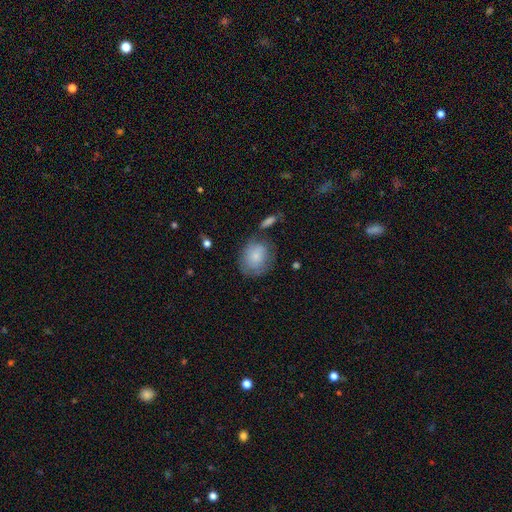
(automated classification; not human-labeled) smooth-or-featured: smooth: 77% | featured or disk: 17% | star or artifact: 7%
  how-rounded: round: 57% | in between: 42% | cigar-shaped: 1%
  merging: none: 59% | minor disturbance: 24% | major disturbance: 10% | merger: 7%